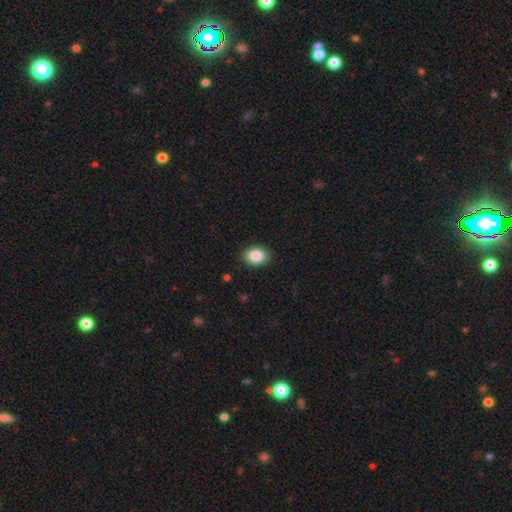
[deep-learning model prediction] Q: Smooth or featured?
A: smooth (88%); runner-up: star or artifact (8%)
Q: How rounded?
A: in between (66%); runner-up: round (34%)
Q: Merging?
A: none (88%); runner-up: minor disturbance (9%)